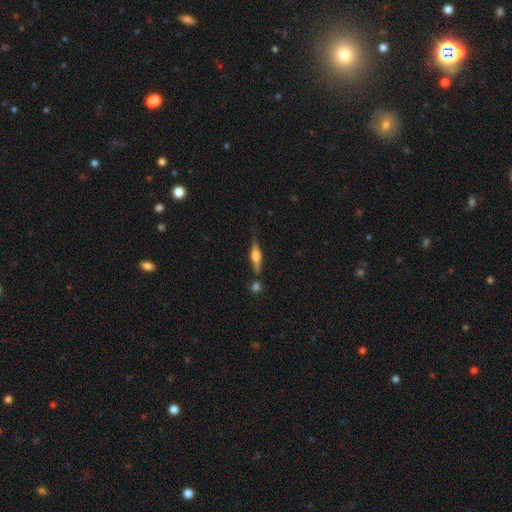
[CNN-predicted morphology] Smooth or featured: featured or disk — 54% (smooth — 39%)
Edge-on disk: yes — 94% (no — 6%)
Edge-on bulge: rounded — 84% (boxy — 12%)
Merging: none — 68% (minor disturbance — 18%)